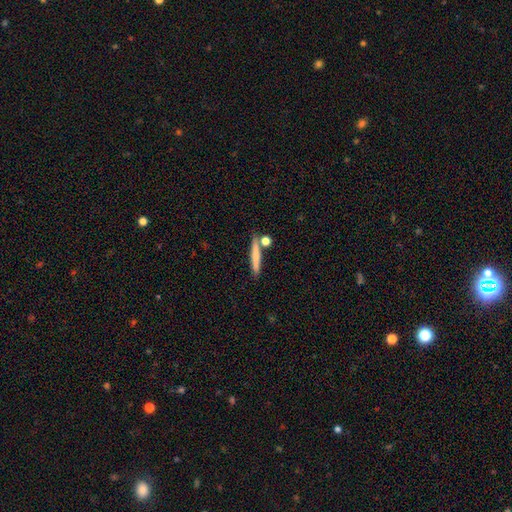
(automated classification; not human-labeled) Smooth or featured? smooth (73%)
How rounded? cigar-shaped (89%)
Merging? none (77%)